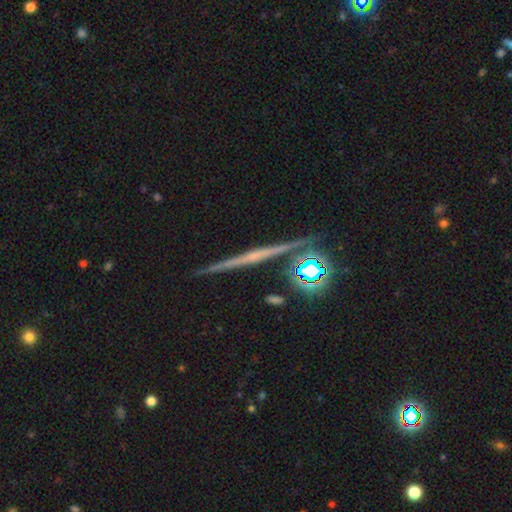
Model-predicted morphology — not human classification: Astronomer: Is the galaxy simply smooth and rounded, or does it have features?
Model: featured or disk — 67%.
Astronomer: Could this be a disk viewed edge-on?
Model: yes — 97%.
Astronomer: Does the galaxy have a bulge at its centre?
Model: none — 58%.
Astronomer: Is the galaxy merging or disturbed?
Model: none — 89%.